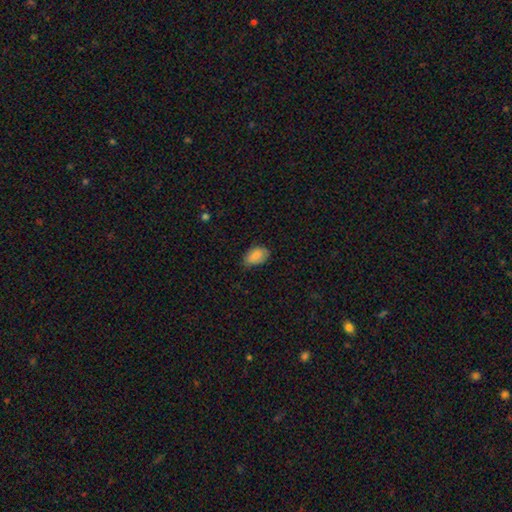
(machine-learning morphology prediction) A smooth galaxy with no disk features (87%) that is in between round and cigar-shaped (91%). Merging: none (67%).